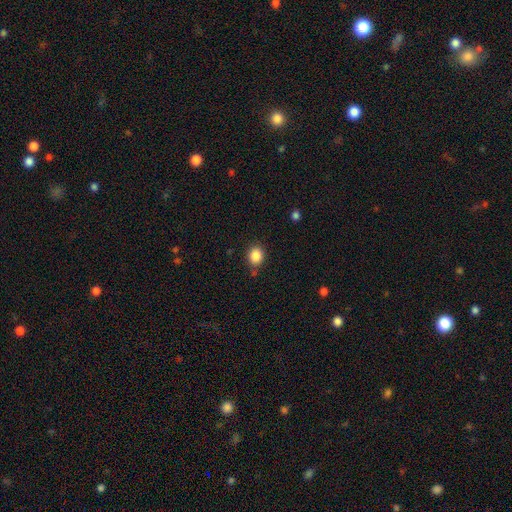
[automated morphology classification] Overall: smooth (87%). How rounded: round (65%; in between 34%). Merging: none (80%).